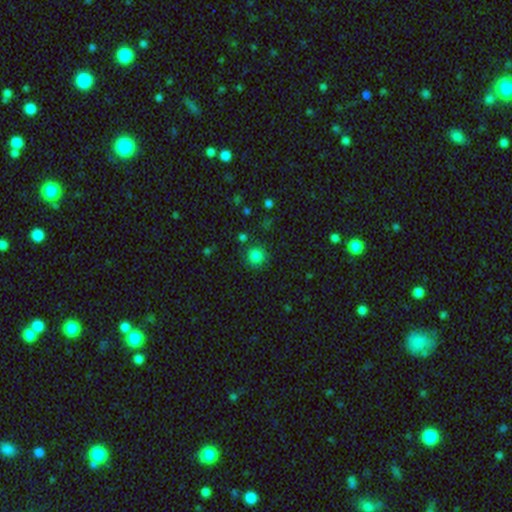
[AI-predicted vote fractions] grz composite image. It shows a smooth galaxy with no disk features (83%) that is round (92%). Merging: none (82%).